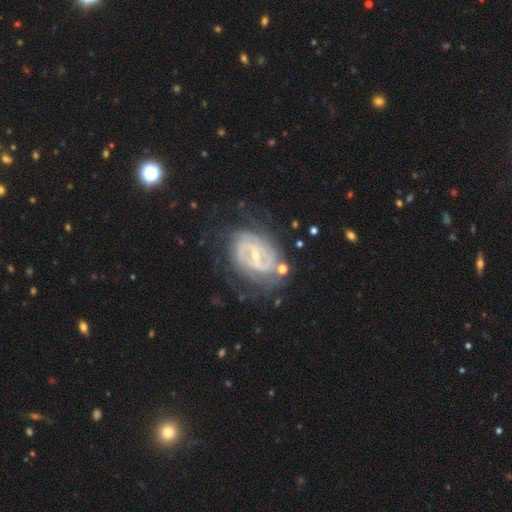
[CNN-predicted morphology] smooth_or_featured: featured or disk (p=0.89) [alt: smooth p=0.06]
disk_edge_on: no (p=0.97) [alt: yes p=0.03]
bar: weak (p=0.47) [alt: strong p=0.29]
has_spiral_arms: yes (p=0.96) [alt: no p=0.04]
spiral_winding: tight (p=0.64) [alt: medium p=0.29]
spiral_arm_count: 2 (p=0.47) [alt: can't tell p=0.23]
bulge_size: small (p=0.73) [alt: moderate p=0.23]
merging: none (p=0.65) [alt: minor disturbance p=0.20]